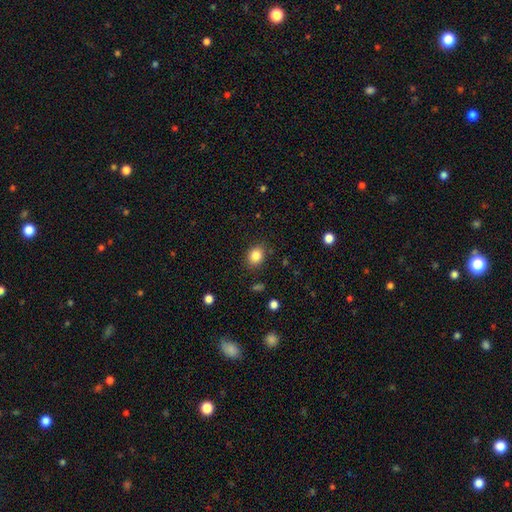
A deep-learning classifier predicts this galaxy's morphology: smooth_or_featured: smooth (p=0.85) [alt: star or artifact p=0.10]
how_rounded: round (p=0.56) [alt: in between p=0.43]
merging: none (p=0.86) [alt: minor disturbance p=0.10]